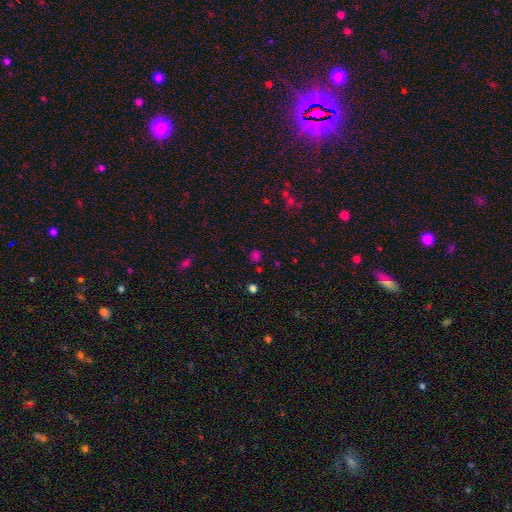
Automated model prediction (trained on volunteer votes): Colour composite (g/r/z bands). It shows a smooth galaxy with no disk features (65%) that is round (86%). Merging: none (81%).